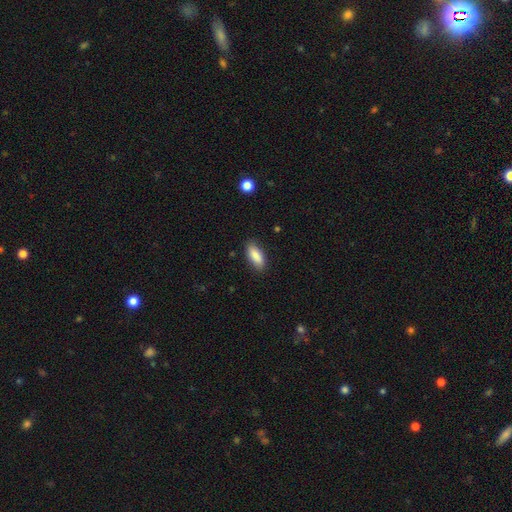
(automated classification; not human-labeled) Smooth or featured? smooth (87%)
How rounded? in between (81%)
Merging? none (85%)